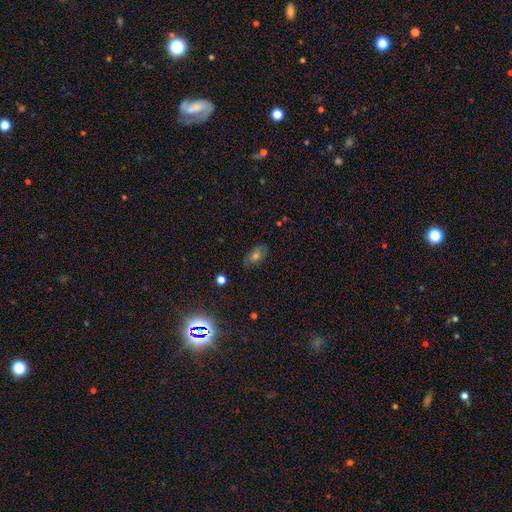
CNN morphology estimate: Smooth or featured: smooth — 47% (featured or disk — 27%)
Merging: none — 79% (minor disturbance — 15%)